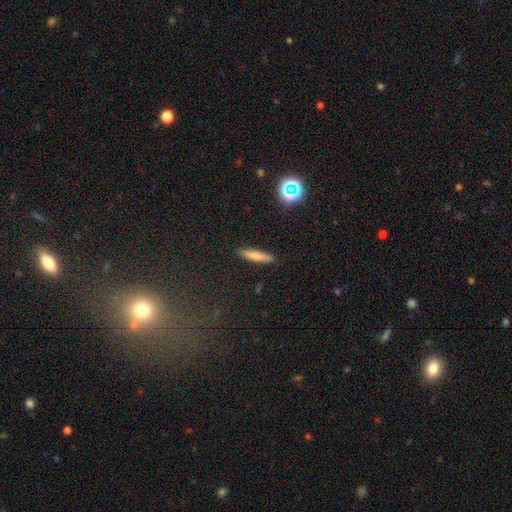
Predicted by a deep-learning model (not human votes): This is likely a smooth galaxy (74%). How rounded: clearly cigar-shaped (85%). Merging: clearly none (89%).